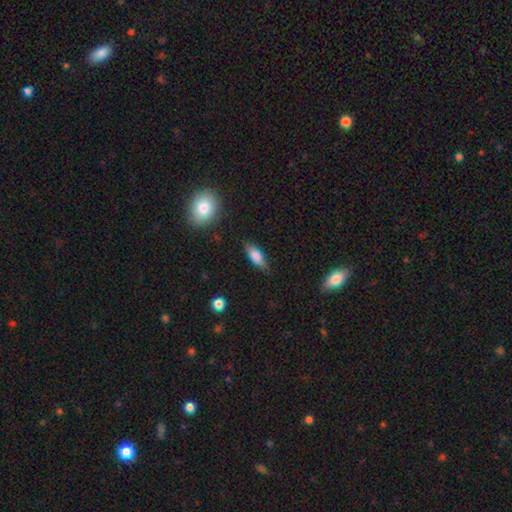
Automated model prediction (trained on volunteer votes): smooth-or-featured: smooth: 72% | featured or disk: 21% | star or artifact: 7%
  how-rounded: in between: 66% | cigar-shaped: 31% | round: 3%
  merging: none: 80% | minor disturbance: 15% | major disturbance: 3% | merger: 2%